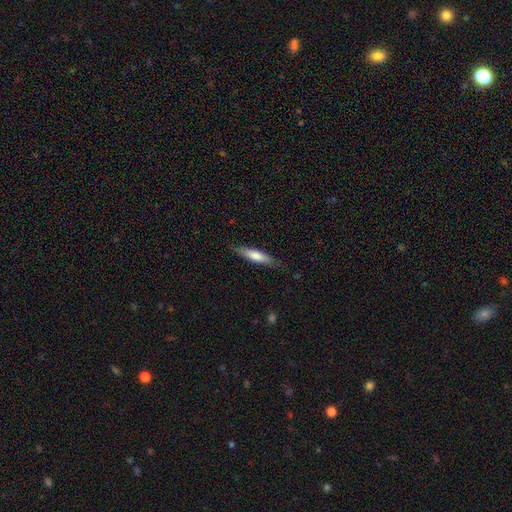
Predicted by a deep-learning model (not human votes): smooth 64%, featured or disk 30%, star or artifact 6%. Down the decision tree: how rounded — cigar-shaped (82%); merging — none (83%).